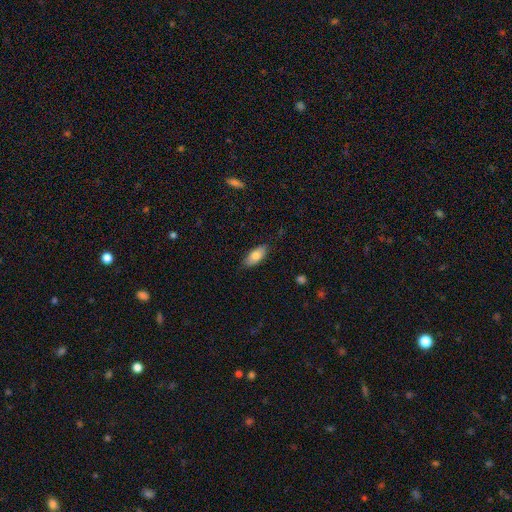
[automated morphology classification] Overall: smooth (78%). How rounded: in between (87%). Merging: none (84%).